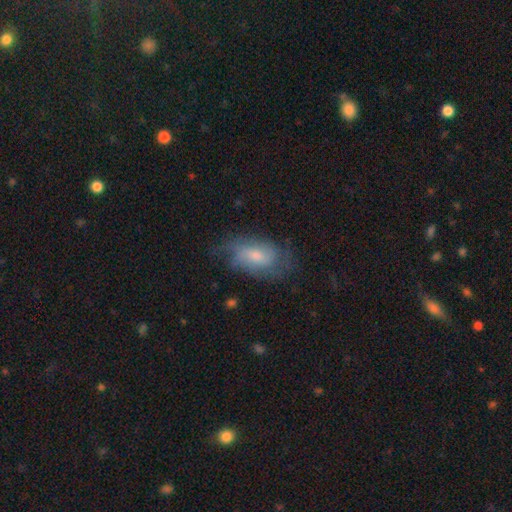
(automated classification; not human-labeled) This appears to be a featured or disk galaxy (51%). Merging: none (61%).